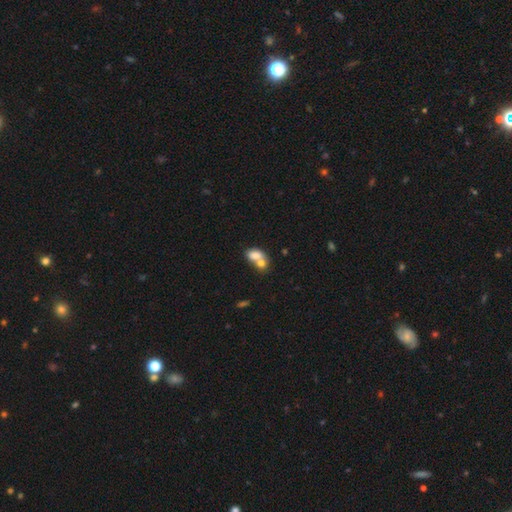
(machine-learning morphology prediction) smooth 74%, featured or disk 17%, star or artifact 9%. Down the decision tree: how rounded — in between (77%); merging — merger (66%).